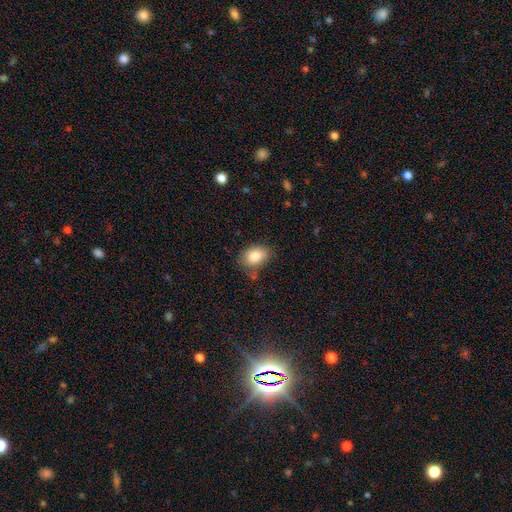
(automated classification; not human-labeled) smooth 85%, star or artifact 8%, featured or disk 7%. Down the decision tree: how rounded — in between (81%); merging — none (62%).